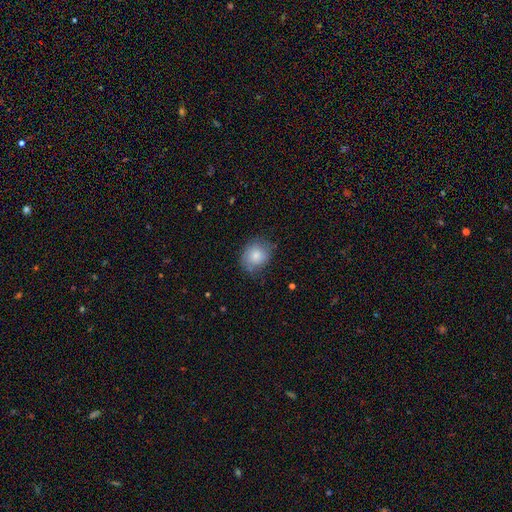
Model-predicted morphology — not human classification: Smooth or featured?
  - smooth: 76% *
  - featured or disk: 16%
  - star or artifact: 8%
How rounded?
  - round: 64% *
  - in between: 35%
  - cigar-shaped: 1%
Merging?
  - none: 66% *
  - minor disturbance: 25%
  - major disturbance: 7%
  - merger: 2%